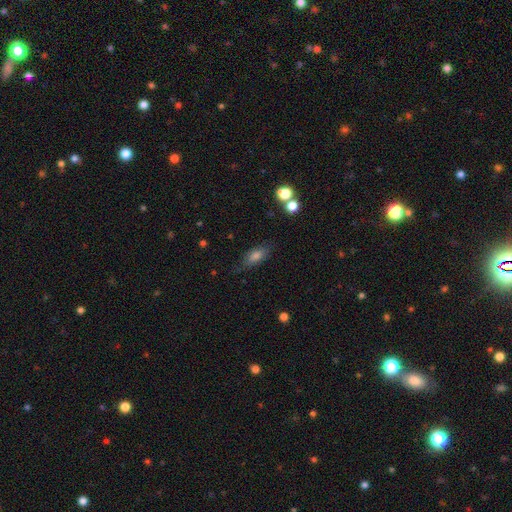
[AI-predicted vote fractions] This appears to be a smooth galaxy with no disk features (72%) that is in between round and cigar-shaped (77%). Merging: none (72%).